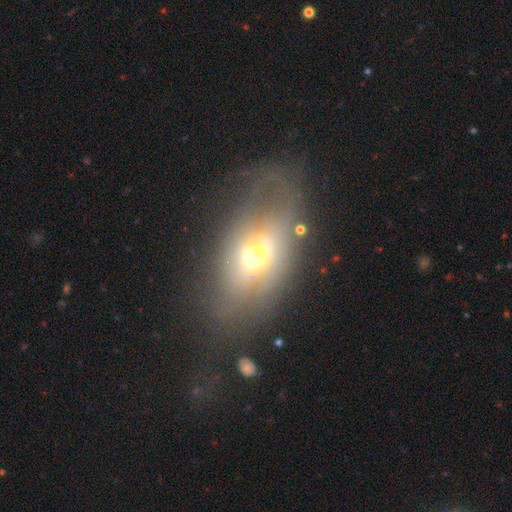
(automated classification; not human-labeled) The model was most divided on "smooth or featured": smooth: 45%, featured or disk: 43%, star or artifact: 12%. Remaining: merging — none (42%).